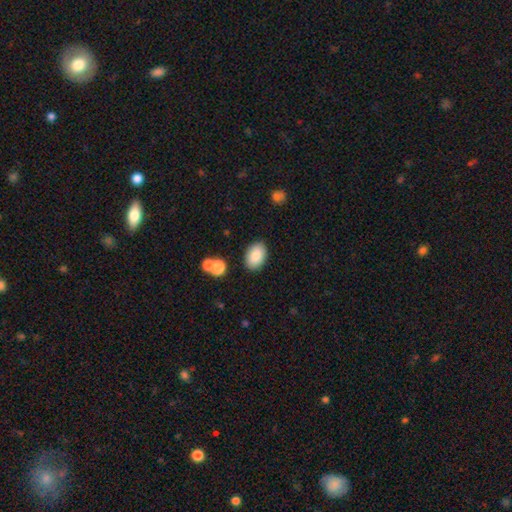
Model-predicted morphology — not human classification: Q: Smooth or featured?
A: smooth (87%); runner-up: star or artifact (8%)
Q: How rounded?
A: in between (89%); runner-up: round (10%)
Q: Merging?
A: none (85%); runner-up: minor disturbance (10%)